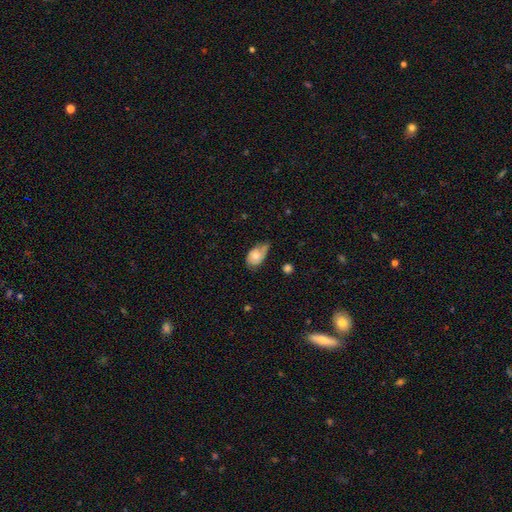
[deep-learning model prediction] This appears to be a smooth galaxy with no disk features (66%) that is in between round and cigar-shaped (84%). Merging: minor disturbance (49%).